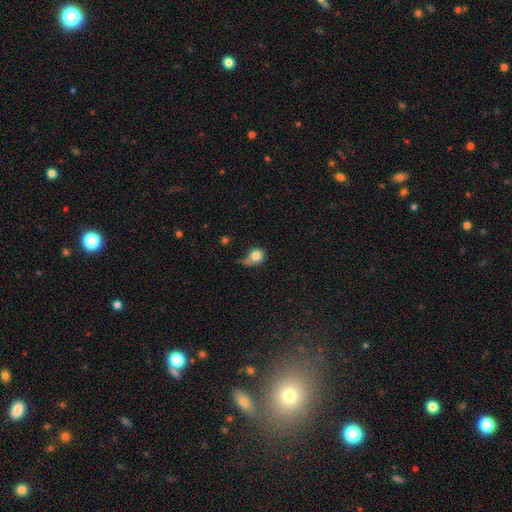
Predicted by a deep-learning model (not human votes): This is likely a smooth galaxy (80%). How rounded: likely round (74%). Merging: marginally none (36%).